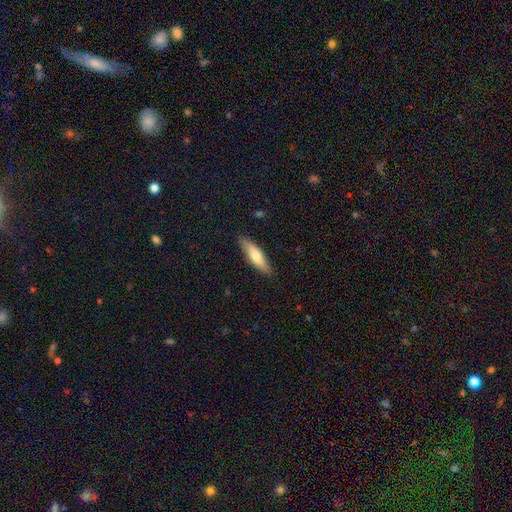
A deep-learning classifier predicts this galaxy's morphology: Smooth or featured: smooth — 65% (featured or disk — 30%)
How rounded: cigar-shaped — 66% (in between — 32%)
Merging: none — 87% (minor disturbance — 10%)